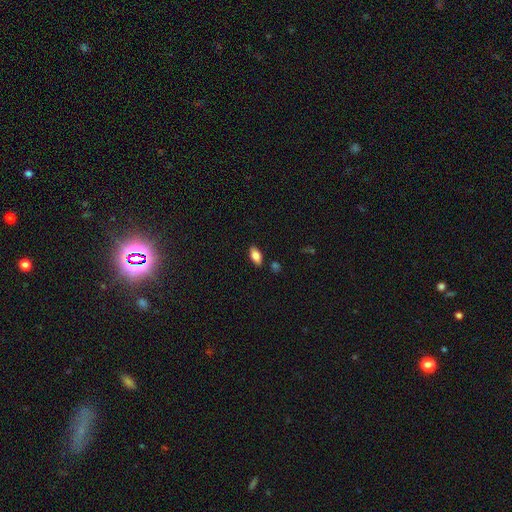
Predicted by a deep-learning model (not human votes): smooth_or_featured: smooth (p=0.83) [alt: featured or disk p=0.09]
how_rounded: in between (p=0.91) [alt: cigar-shaped p=0.06]
merging: none (p=0.85) [alt: minor disturbance p=0.10]